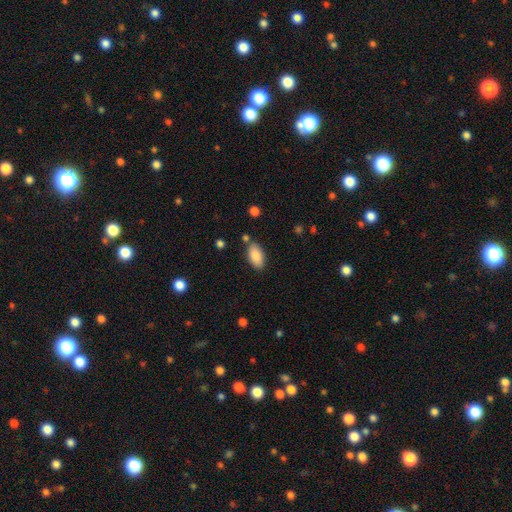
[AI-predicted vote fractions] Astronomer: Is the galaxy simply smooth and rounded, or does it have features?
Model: smooth — 86%.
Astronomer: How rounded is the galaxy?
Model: in between — 94%.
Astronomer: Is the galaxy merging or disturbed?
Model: none — 81%.